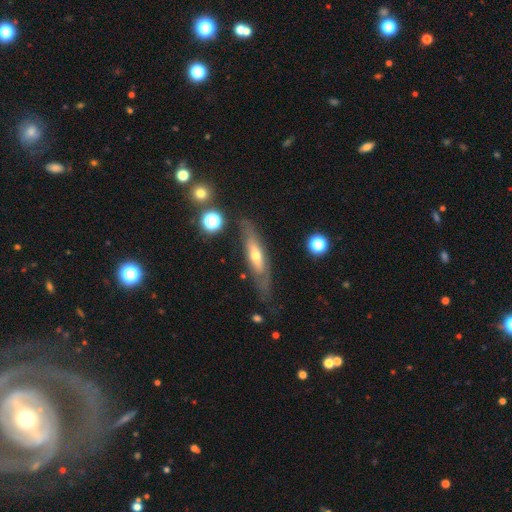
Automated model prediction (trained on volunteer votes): Morphology: type=featured or disk (59%); edge-on=yes (61%); merging=none (72%).